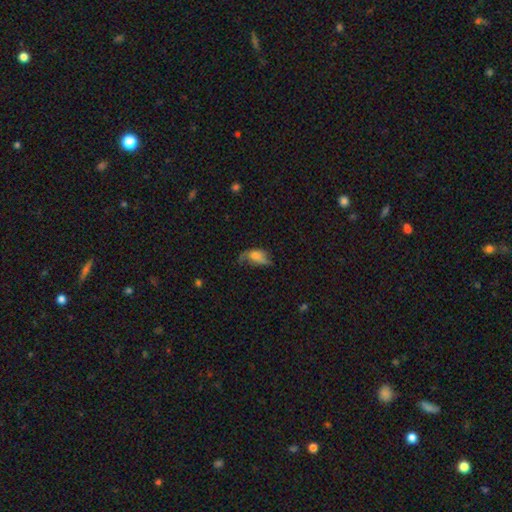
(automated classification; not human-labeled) smooth_or_featured: smooth (p=0.56) [alt: featured or disk p=0.33]
how_rounded: in between (p=0.87) [alt: round p=0.08]
merging: major disturbance (p=0.38) [alt: minor disturbance p=0.30]